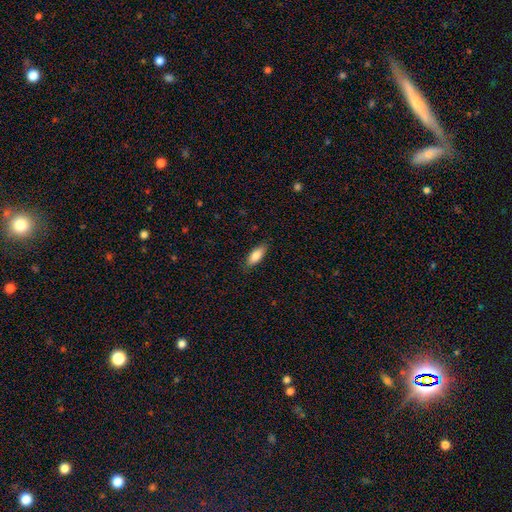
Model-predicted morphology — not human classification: smooth-or-featured: smooth: 84% | featured or disk: 10% | star or artifact: 6%
  how-rounded: in between: 78% | cigar-shaped: 21% | round: 2%
  merging: none: 84% | minor disturbance: 12% | major disturbance: 2% | merger: 1%